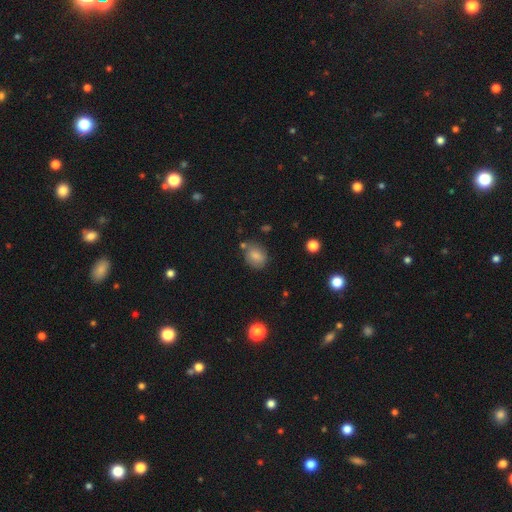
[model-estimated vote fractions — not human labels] Smooth or featured?
  - smooth: 81% *
  - star or artifact: 10%
  - featured or disk: 9%
How rounded?
  - in between: 51% *
  - round: 47%
  - cigar-shaped: 1%
Merging?
  - none: 69% *
  - minor disturbance: 18%
  - merger: 8%
  - major disturbance: 5%